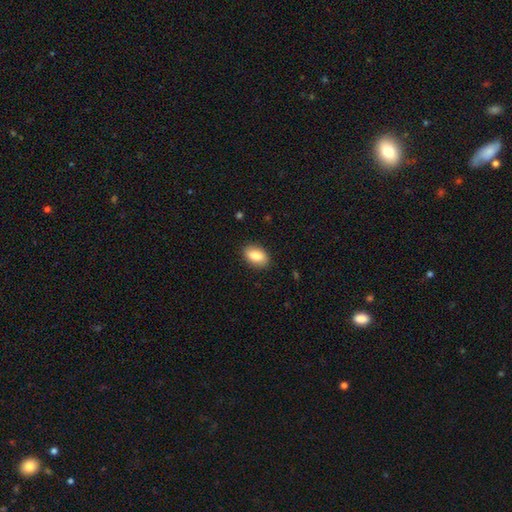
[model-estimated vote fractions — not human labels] Overall: smooth (85%). How rounded: in between (90%). Merging: none (88%).